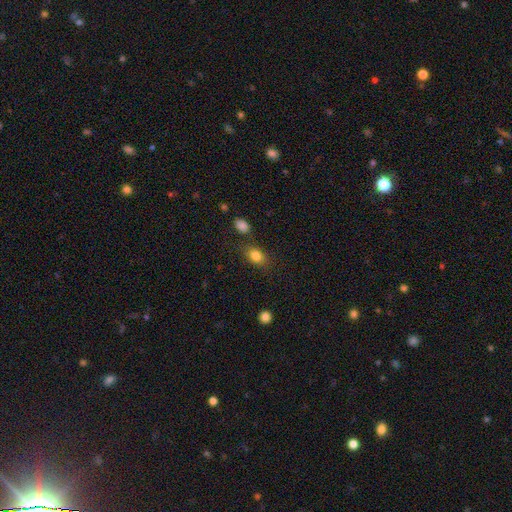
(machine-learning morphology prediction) Q: Smooth or featured?
A: smooth (83%); runner-up: star or artifact (10%)
Q: How rounded?
A: in between (75%); runner-up: round (22%)
Q: Merging?
A: none (76%); runner-up: minor disturbance (14%)